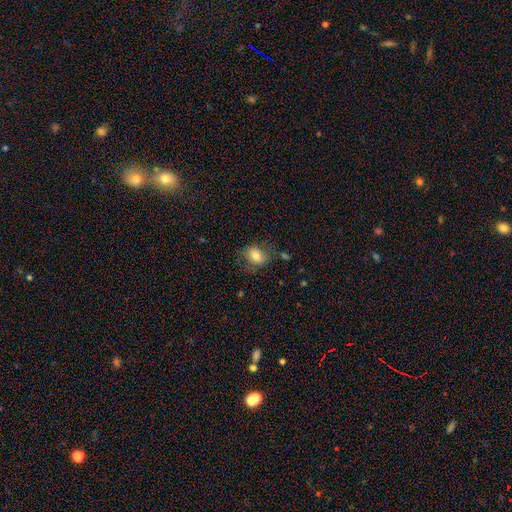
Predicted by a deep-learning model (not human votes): Smooth or featured?
  - smooth: 75% *
  - featured or disk: 16%
  - star or artifact: 9%
How rounded?
  - in between: 69% *
  - round: 29%
  - cigar-shaped: 1%
Merging?
  - none: 65% *
  - minor disturbance: 22%
  - major disturbance: 10%
  - merger: 3%